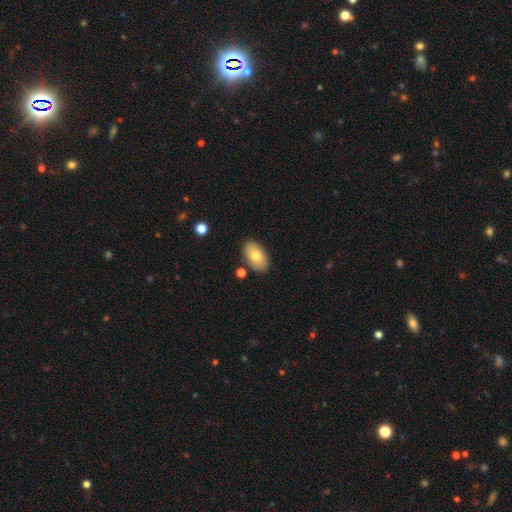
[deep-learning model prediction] The model was most divided on "smooth or featured": smooth: 76%, featured or disk: 17%, star or artifact: 7%. More confident: how rounded — in between (94%); merging — none (82%).